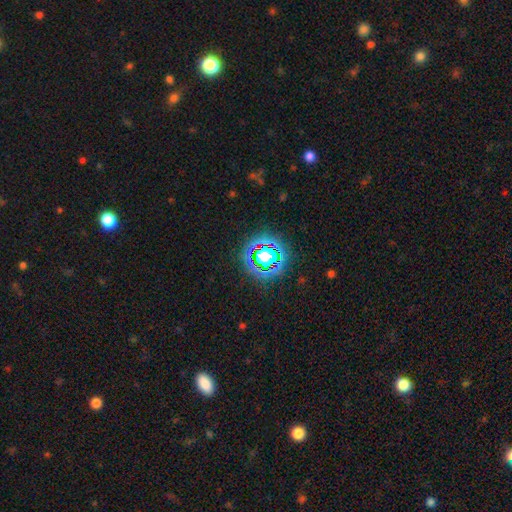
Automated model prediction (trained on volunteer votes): A star or artifact, not a galaxy (79%).

Vote fractions:
- Smooth or featured? star or artifact: 79% / smooth: 13% / featured or disk: 8%